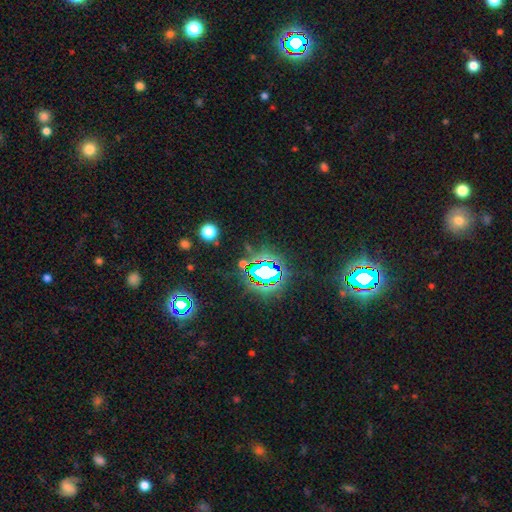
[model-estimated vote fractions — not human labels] Smooth or featured? star or artifact (81%)